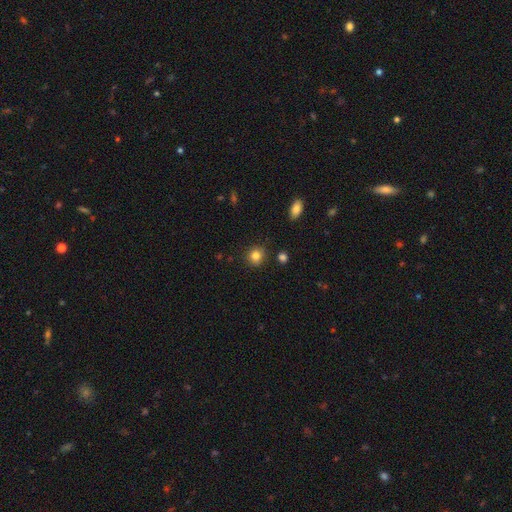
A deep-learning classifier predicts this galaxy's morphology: The model was most divided on "how rounded": round: 85%, in between: 14%, cigar-shaped: 1%. More confident: merging — none (87%); smooth or featured — smooth (84%).